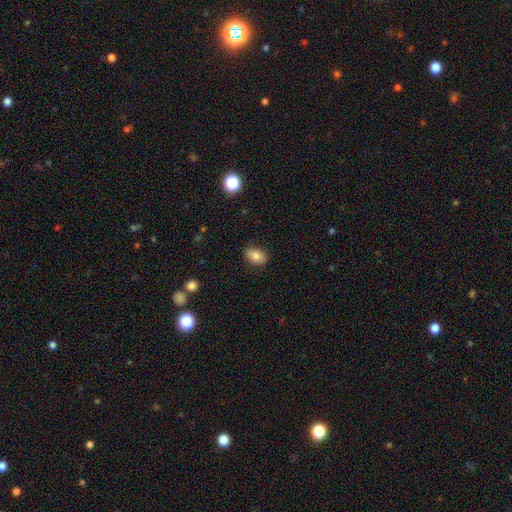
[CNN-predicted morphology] This appears to be a smooth galaxy with no disk features (84%) that is in between round and cigar-shaped (83%). Merging: none (85%).